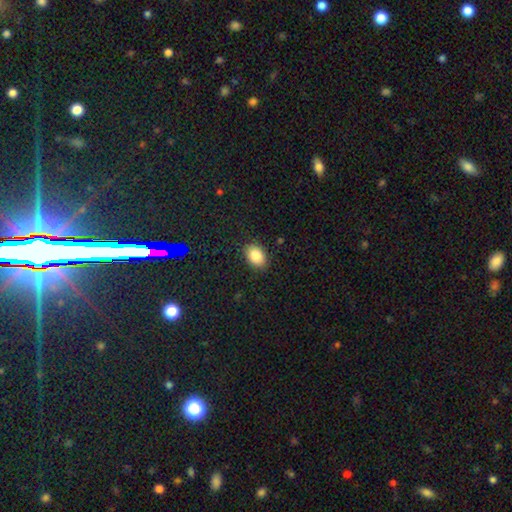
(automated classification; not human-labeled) Overall: smooth (86%). How rounded: in between (75%). Merging: none (87%).